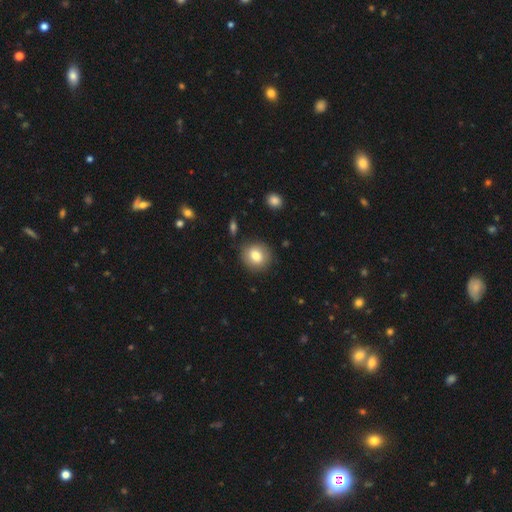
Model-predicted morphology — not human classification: Smooth or featured? Predicted: smooth (p=0.80). How rounded? Predicted: round (p=0.82). Merging? Predicted: none (p=0.84).